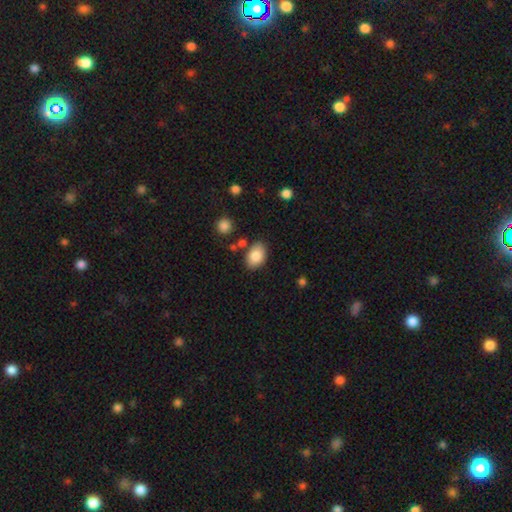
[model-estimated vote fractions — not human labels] Smooth or featured? smooth (85%)
How rounded? in between (84%)
Merging? none (78%)